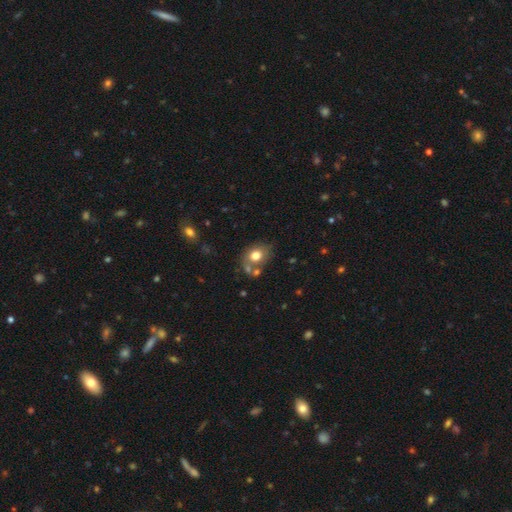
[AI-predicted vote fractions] Smooth or featured? smooth (74%)
How rounded? in between (50%)
Merging? none (56%)